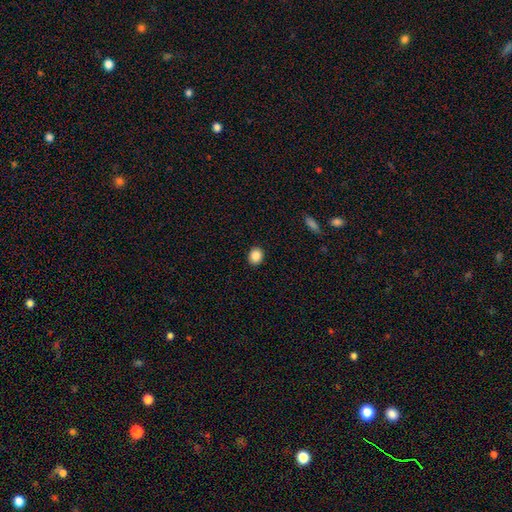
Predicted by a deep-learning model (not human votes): Smooth or featured?
  - smooth: 87% *
  - star or artifact: 9%
  - featured or disk: 3%
How rounded?
  - round: 69% *
  - in between: 30%
  - cigar-shaped: 1%
Merging?
  - none: 91% *
  - minor disturbance: 6%
  - major disturbance: 2%
  - merger: 1%